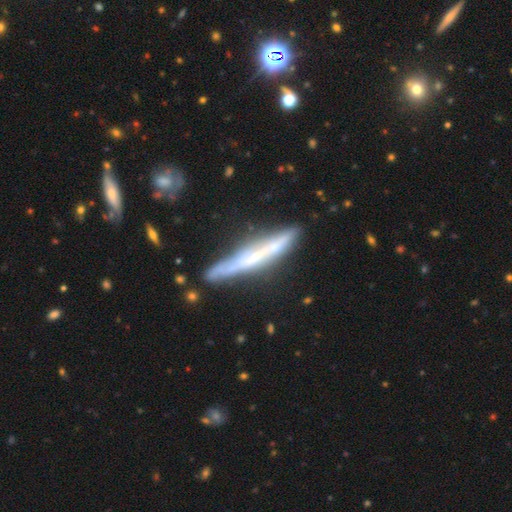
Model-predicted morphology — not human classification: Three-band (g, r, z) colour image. It shows a featured or disk galaxy (68%) viewed edge-on (90%) with no central bulge (62%). Merging: none (73%).